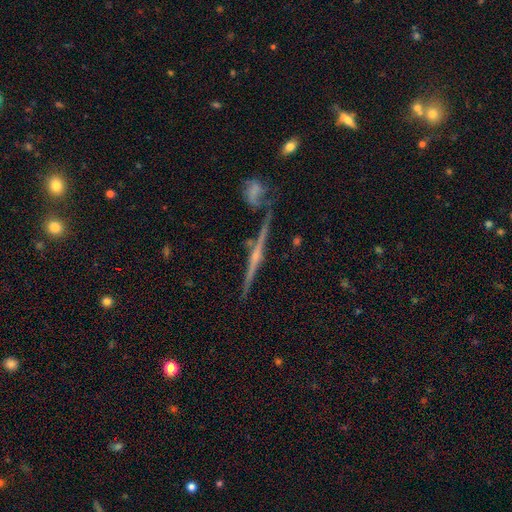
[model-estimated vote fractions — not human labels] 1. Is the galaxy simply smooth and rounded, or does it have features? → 82% featured or disk, 9% smooth, 9% star or artifact.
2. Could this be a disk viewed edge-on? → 97% yes, 3% no.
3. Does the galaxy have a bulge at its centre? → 74% rounded, 17% none, 9% boxy.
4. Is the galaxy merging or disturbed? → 79% none, 10% minor disturbance, 7% merger, 4% major disturbance.